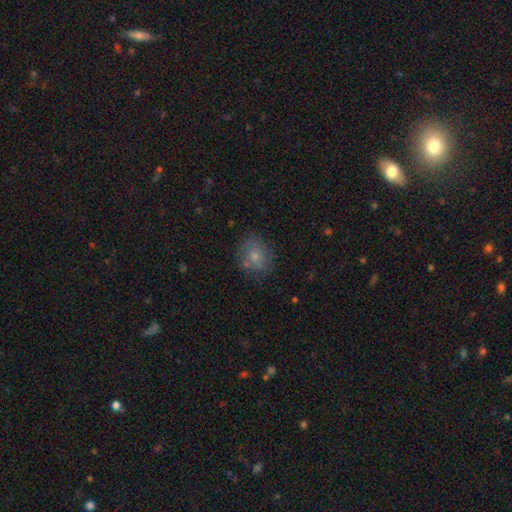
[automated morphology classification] This is likely a smooth galaxy (71%). How rounded: likely round (64%). Merging: likely none (68%).